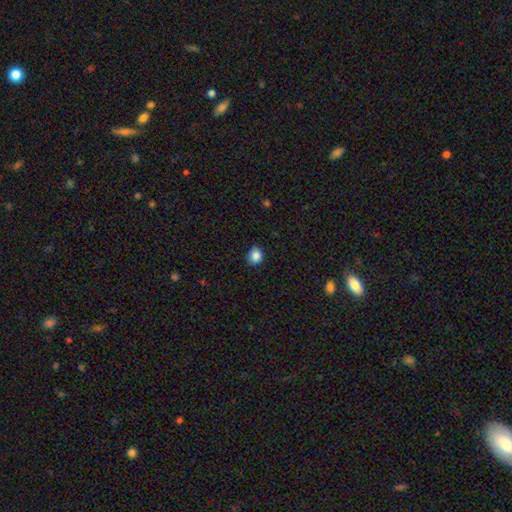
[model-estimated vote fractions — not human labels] Smooth or featured: smooth — 86% (star or artifact — 10%)
How rounded: round — 77% (in between — 22%)
Merging: none — 84% (minor disturbance — 13%)